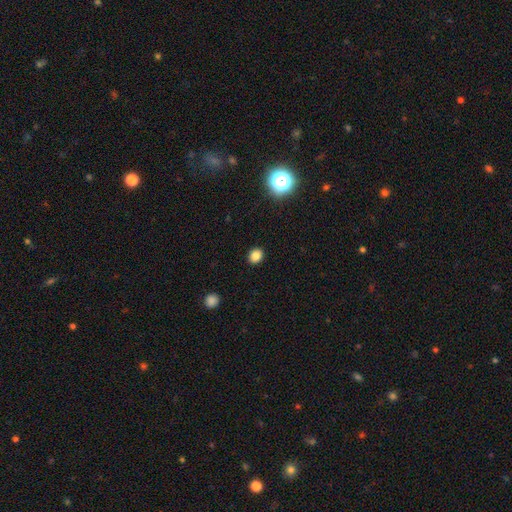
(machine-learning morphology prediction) smooth 83%, star or artifact 13%, featured or disk 4%. Down the decision tree: how rounded — round (66%); merging — none (91%).